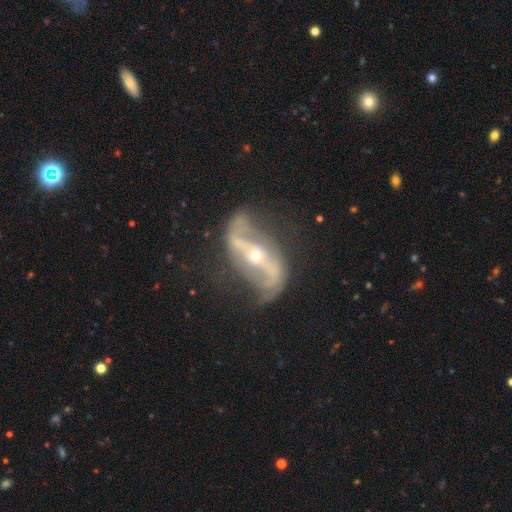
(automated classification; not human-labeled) Overall: featured or disk (89%). Edge-on disk: no (93%). Bar: strong (65%). Spiral arms: yes (89%). Spiral arm count: 2 (92%). Spiral winding: loose (63%; medium 27%). Bulge size: small (71%). Merging: none (63%).